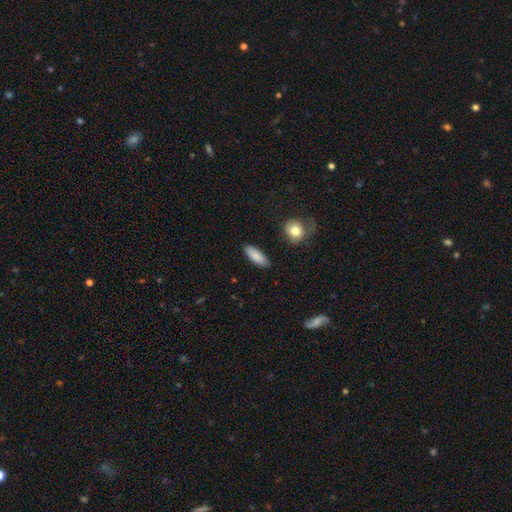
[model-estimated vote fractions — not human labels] smooth-or-featured: smooth: 86% | featured or disk: 8% | star or artifact: 6%
  how-rounded: in between: 66% | cigar-shaped: 32% | round: 2%
  merging: none: 86% | minor disturbance: 10% | merger: 2% | major disturbance: 2%